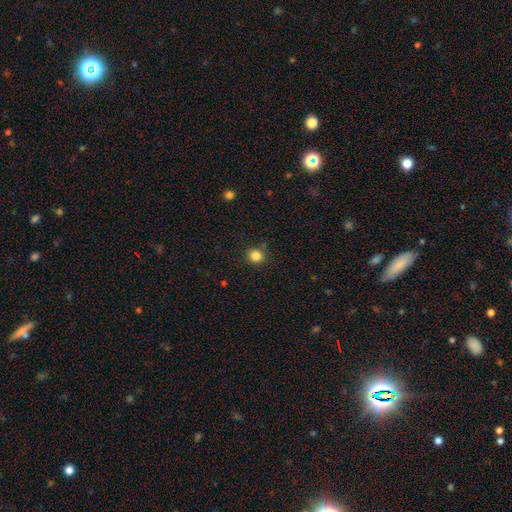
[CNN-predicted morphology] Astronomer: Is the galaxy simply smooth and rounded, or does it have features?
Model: smooth — 84%.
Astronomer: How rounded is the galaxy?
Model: round — 89%.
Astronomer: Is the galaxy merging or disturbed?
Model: none — 88%.